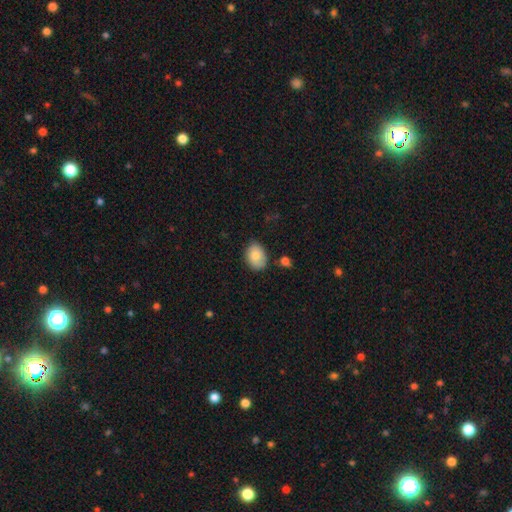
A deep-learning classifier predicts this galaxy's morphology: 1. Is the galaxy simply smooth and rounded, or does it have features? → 81% smooth, 12% featured or disk, 7% star or artifact.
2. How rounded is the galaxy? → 75% in between, 24% round, 1% cigar-shaped.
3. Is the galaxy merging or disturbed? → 74% none, 20% minor disturbance, 4% merger, 3% major disturbance.